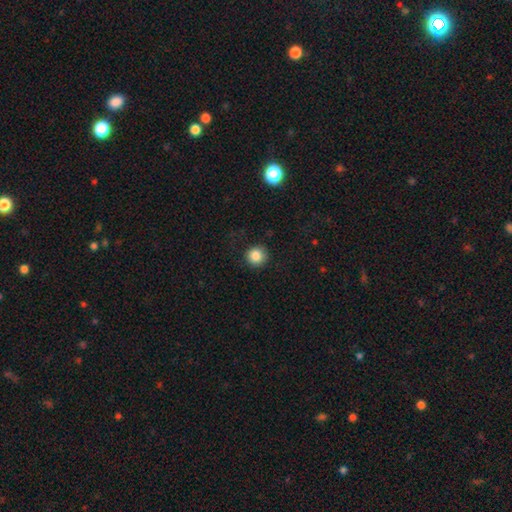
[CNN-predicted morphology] smooth 85%, star or artifact 10%, featured or disk 5%. Down the decision tree: how rounded — round (93%); merging — none (87%).